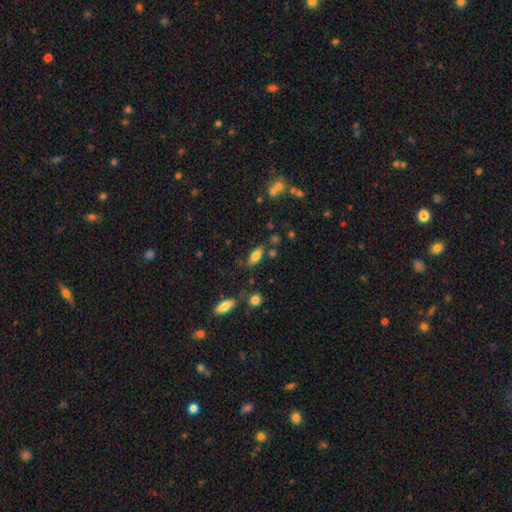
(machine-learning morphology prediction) This appears to be a smooth galaxy with no disk features (71%) that is in between round and cigar-shaped (78%). Merging: none (66%).